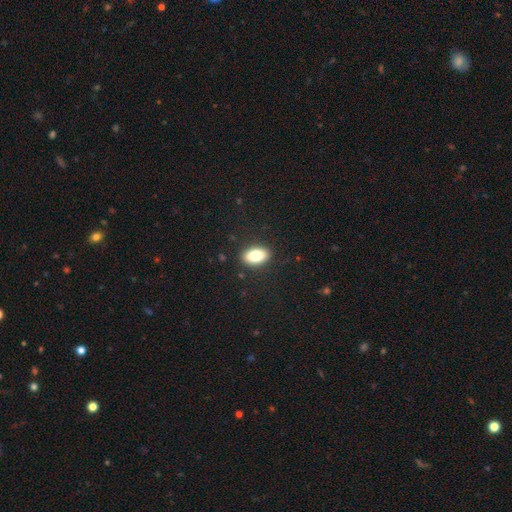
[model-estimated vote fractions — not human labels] The model was most divided on "smooth or featured": smooth: 82%, featured or disk: 10%, star or artifact: 8%. More confident: how rounded — in between (89%); merging — none (88%).